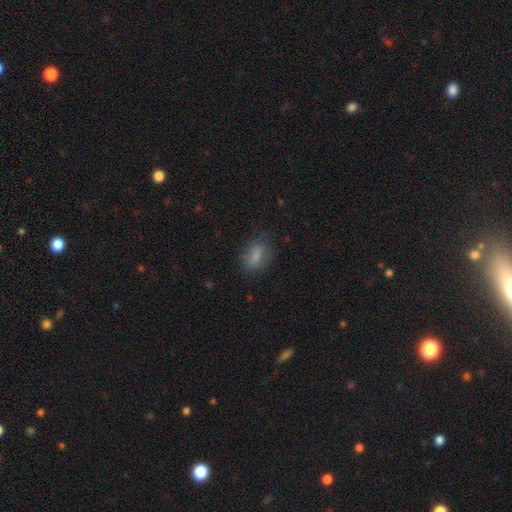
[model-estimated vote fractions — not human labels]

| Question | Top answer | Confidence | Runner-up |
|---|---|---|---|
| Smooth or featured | smooth | 79% | featured or disk (12%) |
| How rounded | in between | 79% | round (16%) |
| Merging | none | 66% | minor disturbance (23%) |